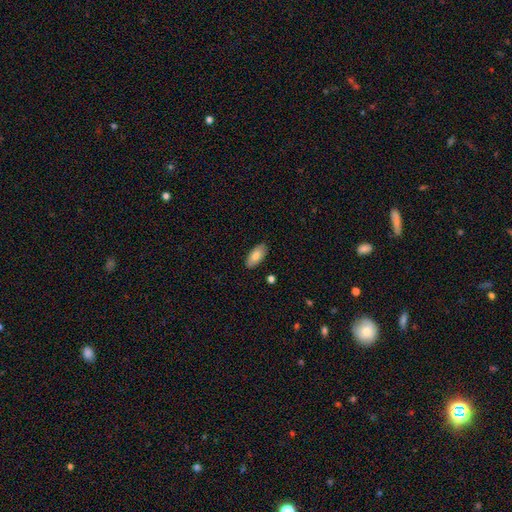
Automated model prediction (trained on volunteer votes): smooth 78%, featured or disk 16%, star or artifact 6%. Down the decision tree: how rounded — in between (92%); merging — none (87%).